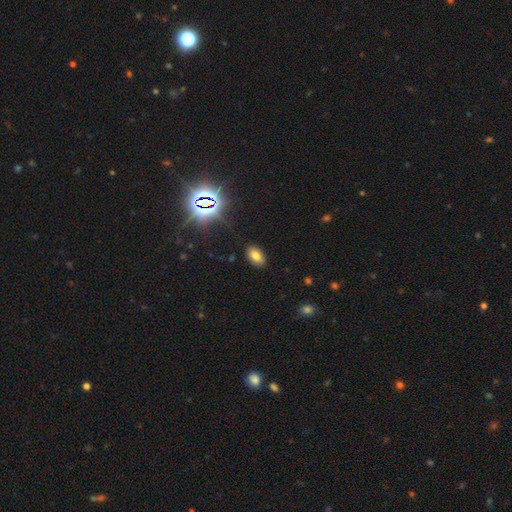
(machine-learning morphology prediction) Q: Smooth or featured?
A: smooth (73%); runner-up: star or artifact (18%)
Q: How rounded?
A: in between (90%); runner-up: round (8%)
Q: Merging?
A: none (88%); runner-up: minor disturbance (8%)